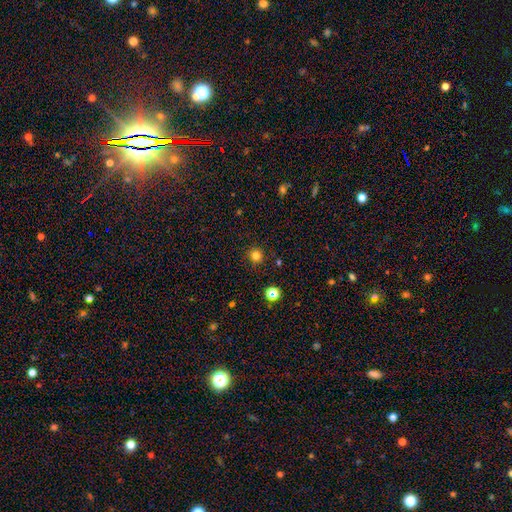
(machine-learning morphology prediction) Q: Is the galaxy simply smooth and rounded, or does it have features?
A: smooth — 79%.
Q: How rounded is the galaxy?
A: round — 94%.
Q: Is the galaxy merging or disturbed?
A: none — 90%.